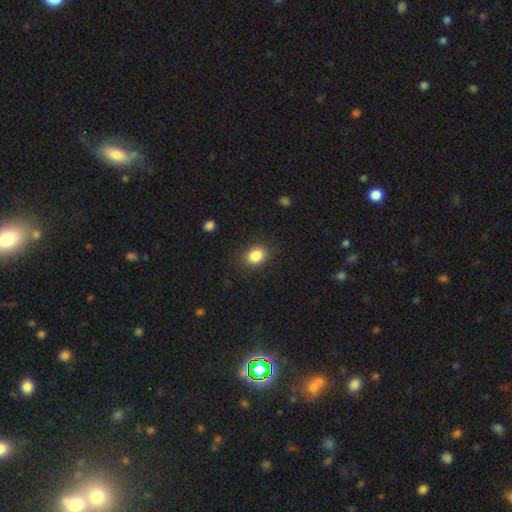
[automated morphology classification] Smooth or featured: smooth — 85% (star or artifact — 10%)
How rounded: in between — 55% (round — 44%)
Merging: none — 85% (minor disturbance — 10%)